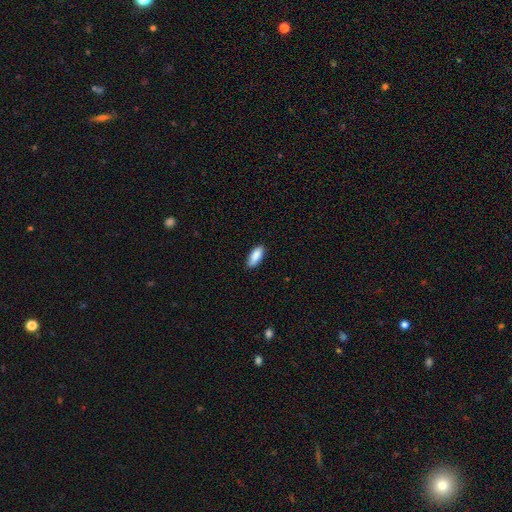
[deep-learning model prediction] Overall: smooth (89%). How rounded: in between (80%). Merging: none (87%).